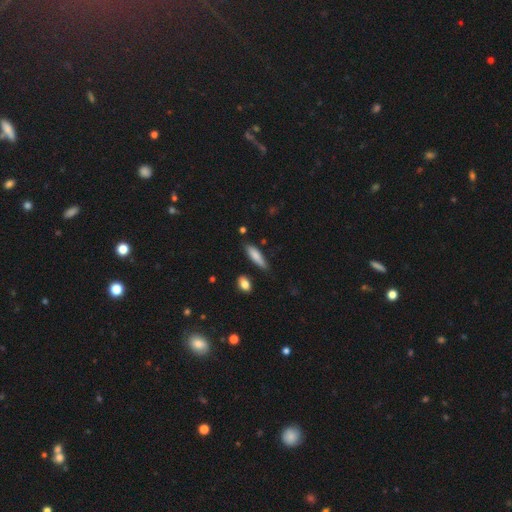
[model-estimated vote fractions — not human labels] The model was most divided on "how rounded": cigar-shaped: 68%, in between: 30%, round: 2%. More confident: smooth or featured — smooth (80%); merging — none (72%).